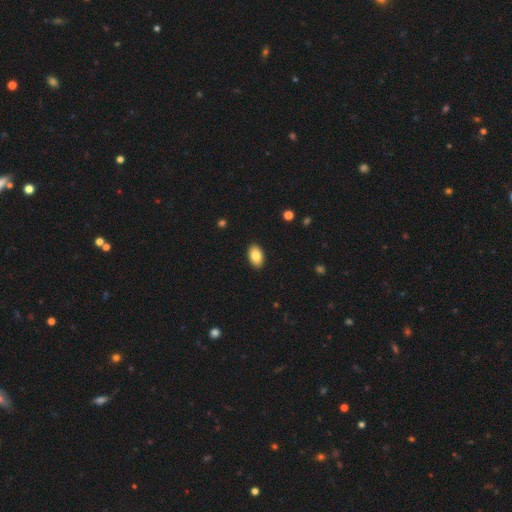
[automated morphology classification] Smooth or featured?
  - smooth: 85% *
  - featured or disk: 8%
  - star or artifact: 7%
How rounded?
  - in between: 93% *
  - round: 6%
  - cigar-shaped: 1%
Merging?
  - none: 90% *
  - minor disturbance: 7%
  - major disturbance: 2%
  - merger: 1%